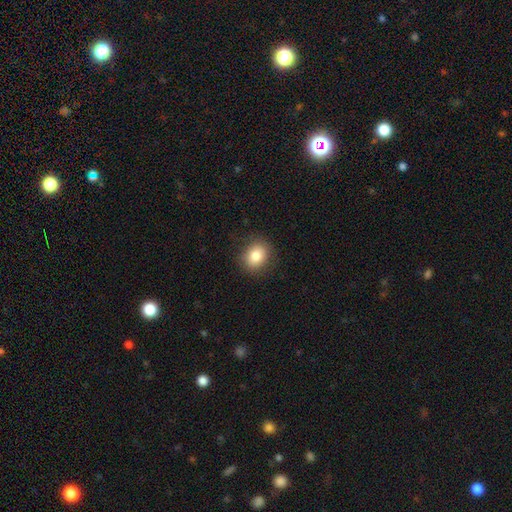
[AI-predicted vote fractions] This appears to be a smooth galaxy with no disk features (83%) that is round (57%). Merging: none (86%).